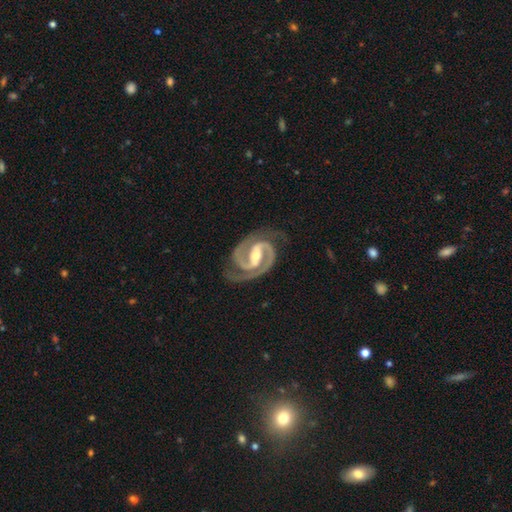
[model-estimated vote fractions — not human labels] This appears to be a featured or disk galaxy (94%) with a strong bar (60%), 2 (94%) tight (48%) spiral arms (99%) and a moderate central bulge (58%). Merging: none (77%).